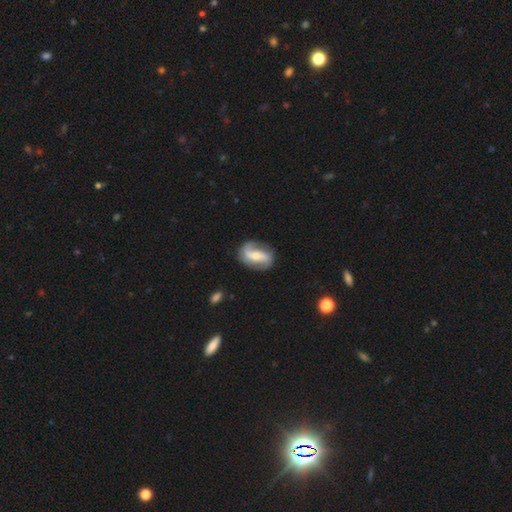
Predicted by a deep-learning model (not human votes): A featured or disk galaxy (78%) with a strong bar (44%), 2 (89%) loose (47%) spiral arms (91%) and a moderate central bulge (49%).

Vote fractions:
- Smooth or featured? featured or disk: 78% / smooth: 17% / star or artifact: 5%
- Edge-on disk? no: 96% / yes: 4%
- Bar? strong: 44% / weak: 33% / no: 23%
- Spiral arms? yes: 91% / no: 9%
- Spiral winding? loose: 47% / medium: 35% / tight: 18%
- Spiral arm count? 2: 89% / can't tell: 4% / 1: 4% / 3: 1% / 4: 1% / more than 4: 1%
- Bulge size? moderate: 49% / small: 41% / large: 5% / none: 3% / dominant: 1%
- Merging? none: 79% / minor disturbance: 14% / major disturbance: 5% / merger: 2%